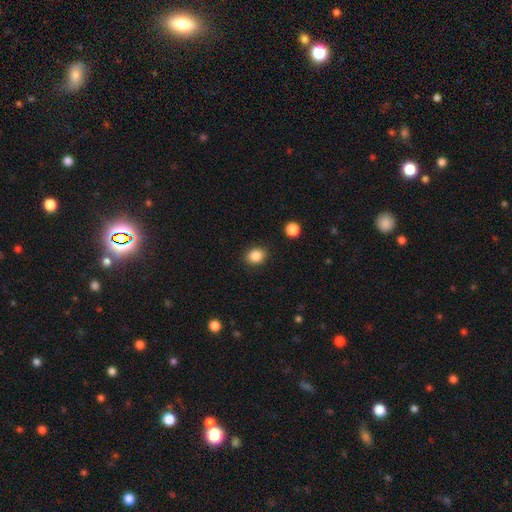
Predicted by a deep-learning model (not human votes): Q: Smooth or featured?
A: smooth (86%); runner-up: star or artifact (10%)
Q: How rounded?
A: round (59%); runner-up: in between (41%)
Q: Merging?
A: none (89%); runner-up: minor disturbance (7%)